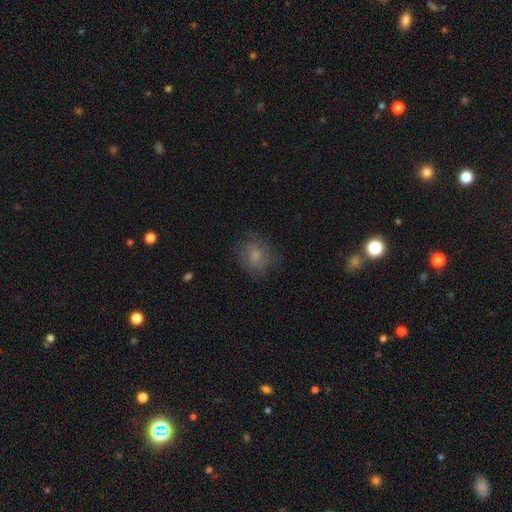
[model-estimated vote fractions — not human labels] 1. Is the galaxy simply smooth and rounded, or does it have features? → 60% smooth, 29% featured or disk, 11% star or artifact.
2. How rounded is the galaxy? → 71% round, 28% in between, 1% cigar-shaped.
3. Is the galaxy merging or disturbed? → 76% none, 17% minor disturbance, 7% major disturbance, 1% merger.